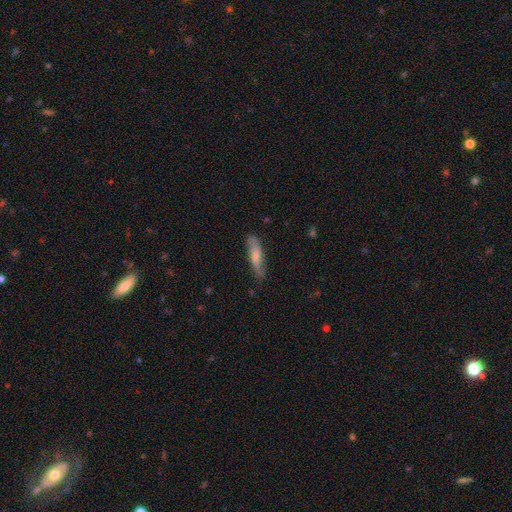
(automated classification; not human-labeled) smooth_or_featured: smooth (p=0.65) [alt: featured or disk p=0.29]
how_rounded: cigar-shaped (p=0.70) [alt: in between p=0.29]
merging: none (p=0.73) [alt: minor disturbance p=0.21]